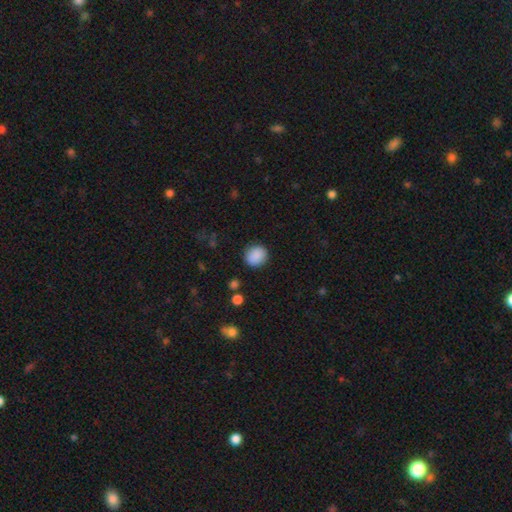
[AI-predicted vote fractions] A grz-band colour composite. It shows a smooth galaxy with no disk features (89%) that is round (80%). Merging: none (88%).